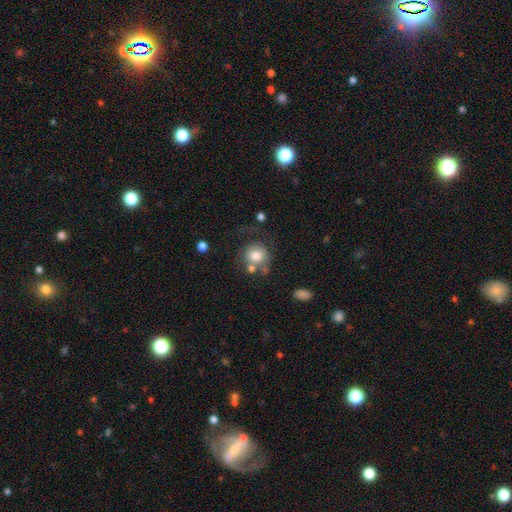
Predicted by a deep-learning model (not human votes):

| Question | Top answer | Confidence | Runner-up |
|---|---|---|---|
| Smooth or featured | smooth | 74% | featured or disk (17%) |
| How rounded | round | 85% | in between (14%) |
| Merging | none | 48% | minor disturbance (18%) |